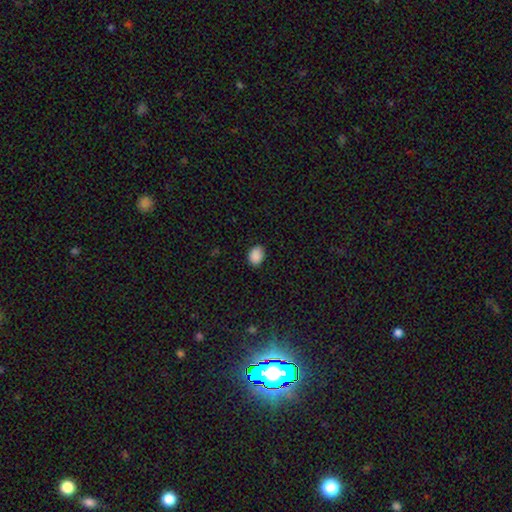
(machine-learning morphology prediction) smooth_or_featured: smooth (p=0.89) [alt: star or artifact p=0.09]
how_rounded: in between (p=0.63) [alt: round p=0.36]
merging: none (p=0.83) [alt: minor disturbance p=0.14]